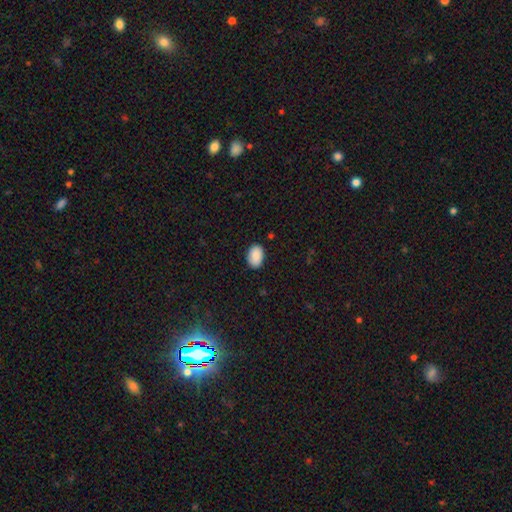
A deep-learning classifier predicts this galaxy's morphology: Q: Smooth or featured?
A: smooth (90%); runner-up: star or artifact (7%)
Q: How rounded?
A: in between (85%); runner-up: round (14%)
Q: Merging?
A: none (86%); runner-up: minor disturbance (11%)